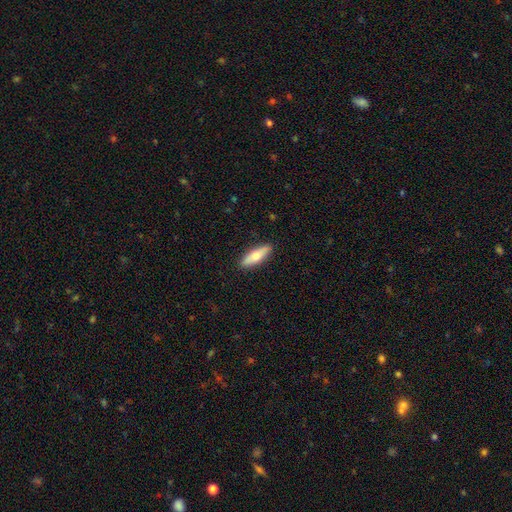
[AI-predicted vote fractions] Smooth or featured: smooth — 62% (featured or disk — 32%)
How rounded: cigar-shaped — 56% (in between — 42%)
Merging: none — 89% (minor disturbance — 8%)